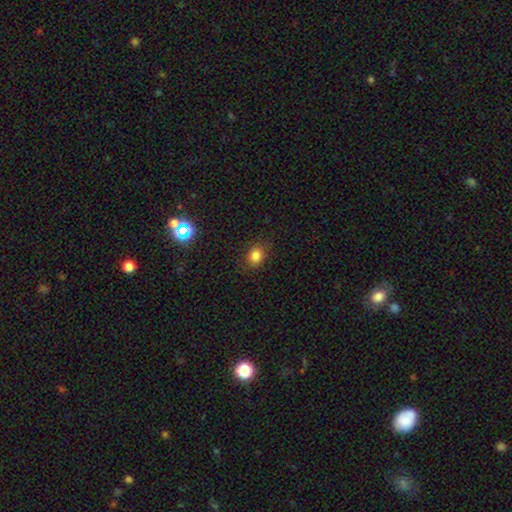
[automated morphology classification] smooth-or-featured: smooth: 81% | star or artifact: 14% | featured or disk: 5%
  how-rounded: round: 59% | in between: 40% | cigar-shaped: 1%
  merging: none: 84% | minor disturbance: 11% | major disturbance: 3% | merger: 1%